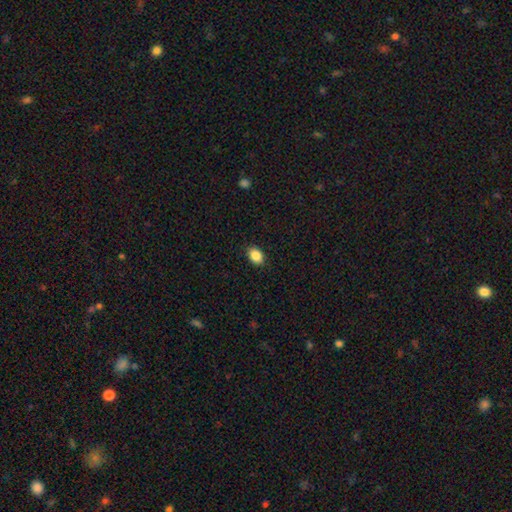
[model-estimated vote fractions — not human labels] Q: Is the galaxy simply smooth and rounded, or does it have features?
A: smooth — 87%.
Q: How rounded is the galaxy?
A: in between — 73%.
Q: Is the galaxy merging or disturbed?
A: none — 88%.